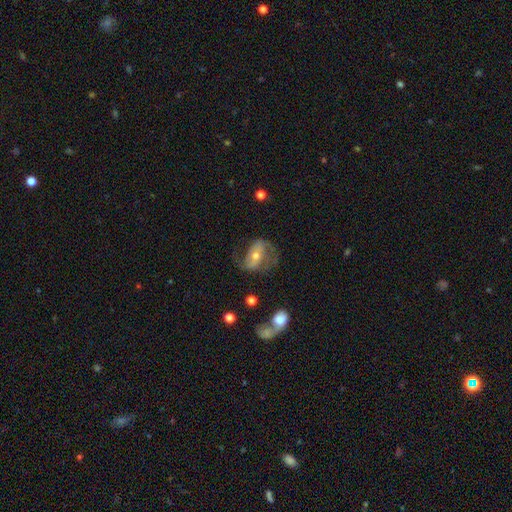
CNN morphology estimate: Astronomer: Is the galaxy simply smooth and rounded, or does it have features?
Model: featured or disk — 76%.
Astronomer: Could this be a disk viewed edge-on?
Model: no — 95%.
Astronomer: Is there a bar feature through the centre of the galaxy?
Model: strong — 40% (runner-up: weak, 32%).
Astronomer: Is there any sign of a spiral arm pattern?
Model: yes — 87%.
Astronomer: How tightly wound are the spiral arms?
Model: loose — 42%, tied with medium at 42%.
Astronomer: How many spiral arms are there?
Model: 2 — 84%.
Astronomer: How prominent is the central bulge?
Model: moderate — 55% (runner-up: small, 40%).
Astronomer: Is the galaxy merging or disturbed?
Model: none — 56%.